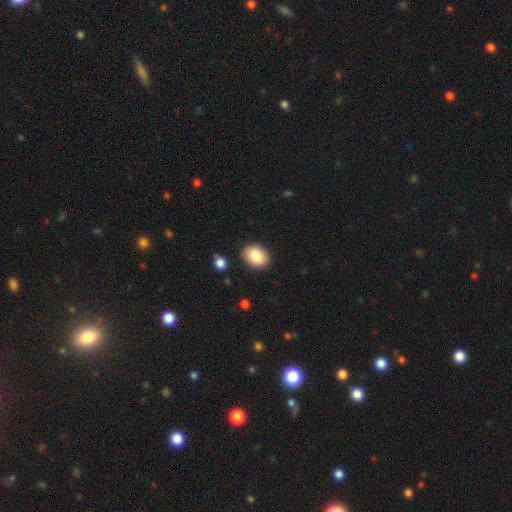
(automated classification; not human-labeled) smooth_or_featured: smooth (p=0.86) [alt: star or artifact p=0.07]
how_rounded: in between (p=0.74) [alt: round p=0.25]
merging: none (p=0.87) [alt: minor disturbance p=0.08]